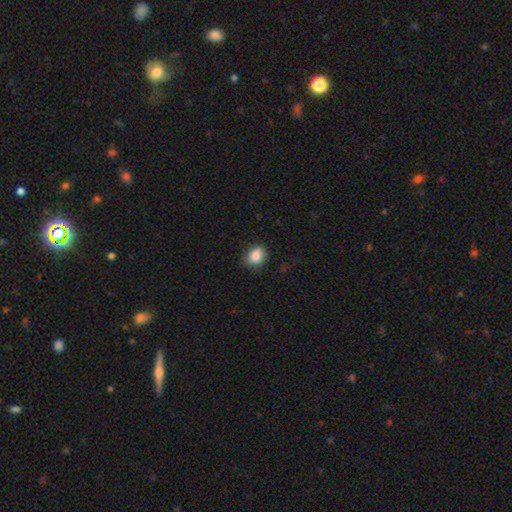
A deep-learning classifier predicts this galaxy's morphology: A smooth galaxy with no disk features (87%) that is in between round and cigar-shaped (57%). Merging: none (76%).